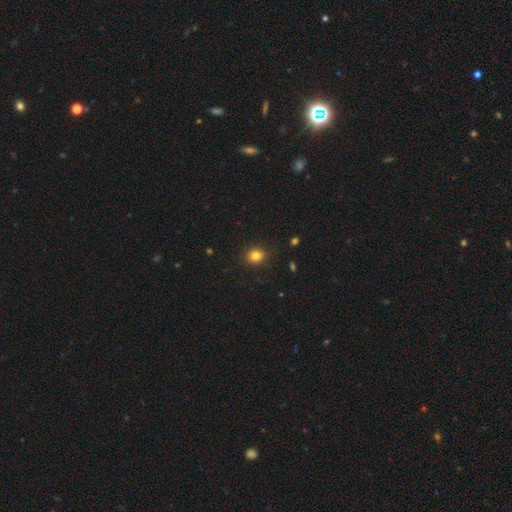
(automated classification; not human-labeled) Smooth or featured? Predicted: smooth (p=0.83). How rounded? Predicted: round (p=0.66). Merging? Predicted: none (p=0.87).